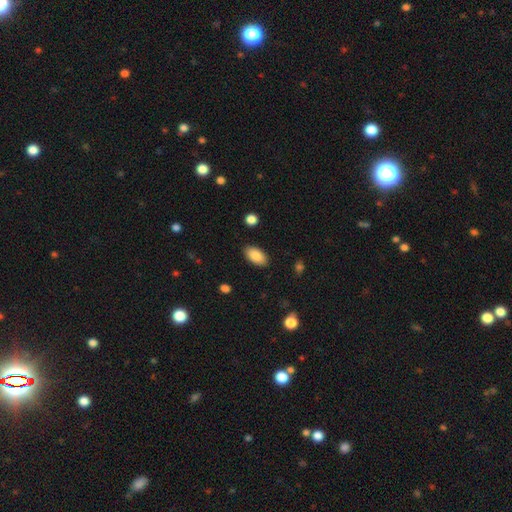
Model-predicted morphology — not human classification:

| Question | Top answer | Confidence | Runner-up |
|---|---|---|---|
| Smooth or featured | smooth | 88% | star or artifact (7%) |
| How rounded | in between | 95% | round (3%) |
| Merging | none | 88% | minor disturbance (8%) |